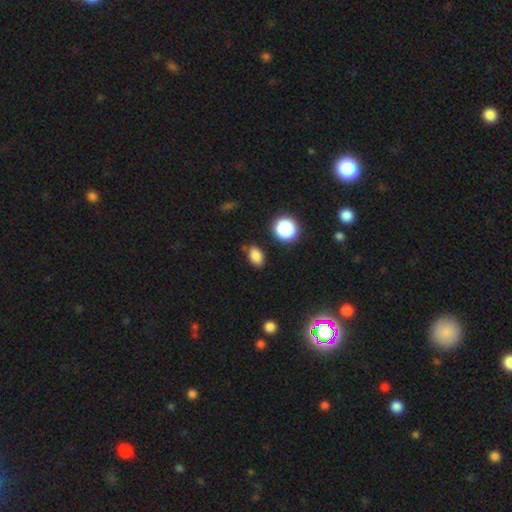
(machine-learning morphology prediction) smooth 83%, star or artifact 12%, featured or disk 5%. Down the decision tree: how rounded — in between (81%); merging — none (80%).